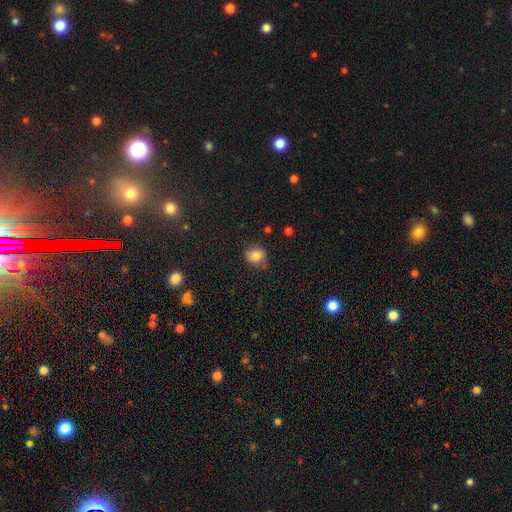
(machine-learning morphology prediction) smooth_or_featured: smooth (p=0.82) [alt: star or artifact p=0.11]
how_rounded: round (p=0.75) [alt: in between p=0.24]
merging: none (p=0.76) [alt: minor disturbance p=0.17]